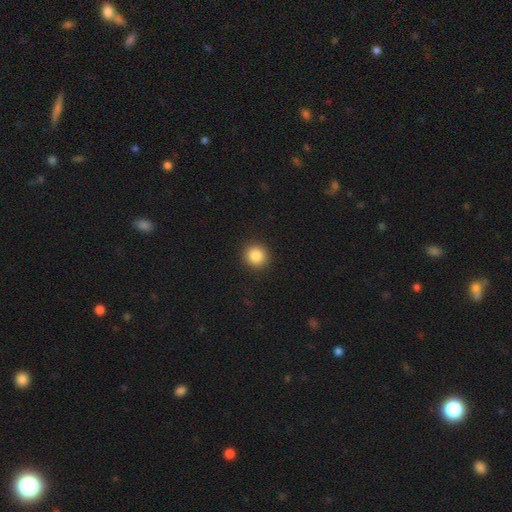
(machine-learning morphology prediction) smooth_or_featured: smooth (p=0.86) [alt: star or artifact p=0.10]
how_rounded: round (p=0.92) [alt: in between p=0.07]
merging: none (p=0.92) [alt: minor disturbance p=0.05]